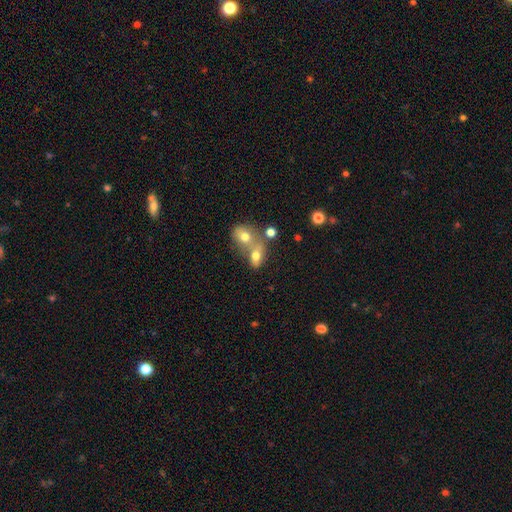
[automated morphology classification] type=smooth (71%); roundness=in between (71%); merging=merger (60%).